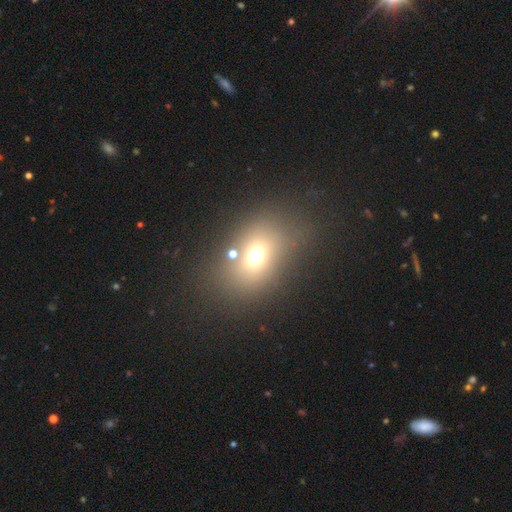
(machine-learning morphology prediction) Overall: smooth (65%). How rounded: in between (58%; round 40%). Merging: none (70%).